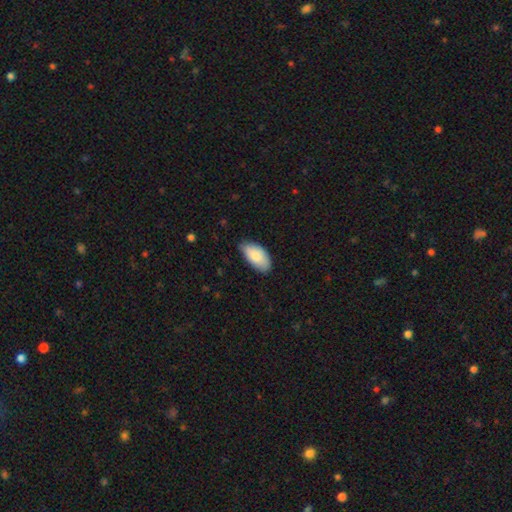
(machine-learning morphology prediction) Q: Smooth or featured?
A: smooth (84%); runner-up: featured or disk (10%)
Q: How rounded?
A: in between (95%); runner-up: cigar-shaped (3%)
Q: Merging?
A: none (70%); runner-up: minor disturbance (26%)